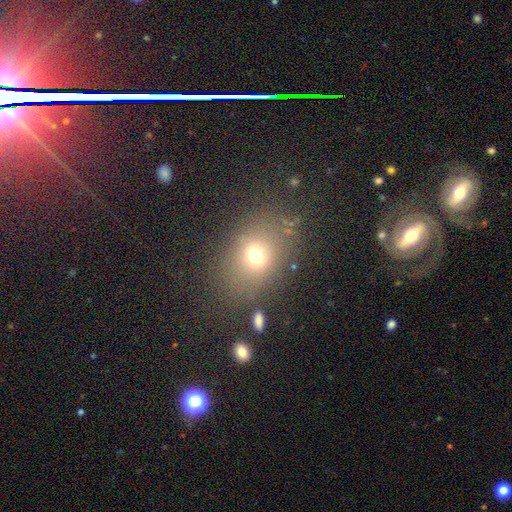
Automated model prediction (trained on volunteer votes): This appears to be a smooth galaxy with no disk features (69%) that is in between round and cigar-shaped (58%). Merging: none (74%).